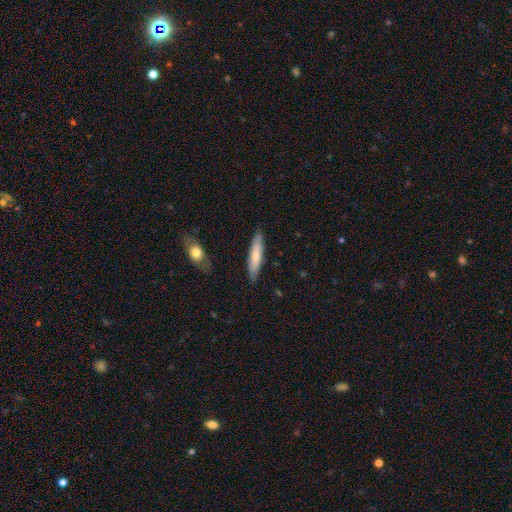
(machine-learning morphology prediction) Smooth or featured?
  - smooth: 69% *
  - featured or disk: 26%
  - star or artifact: 5%
How rounded?
  - cigar-shaped: 83% *
  - in between: 15%
  - round: 1%
Merging?
  - none: 87% *
  - minor disturbance: 9%
  - merger: 2%
  - major disturbance: 2%